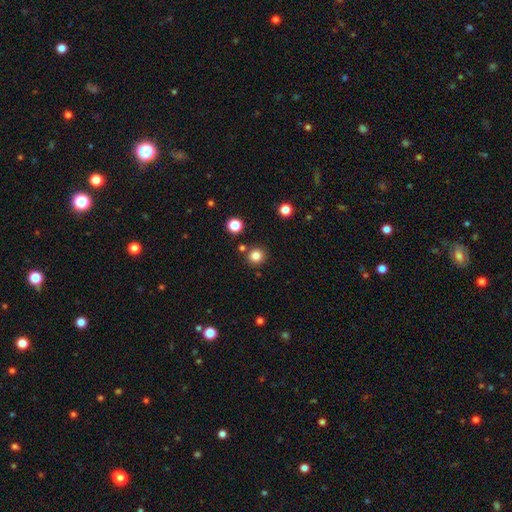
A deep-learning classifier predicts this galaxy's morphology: A smooth galaxy with no disk features (83%) that is round (94%). Merging: none (87%).